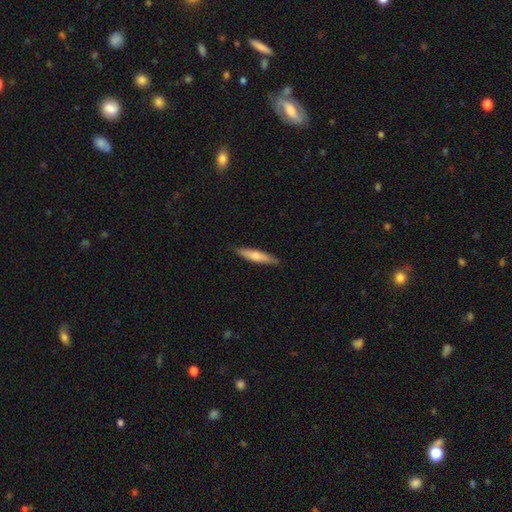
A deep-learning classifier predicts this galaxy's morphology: Smooth or featured? Predicted: smooth (p=0.64). How rounded? Predicted: cigar-shaped (p=0.84). Merging? Predicted: none (p=0.88).